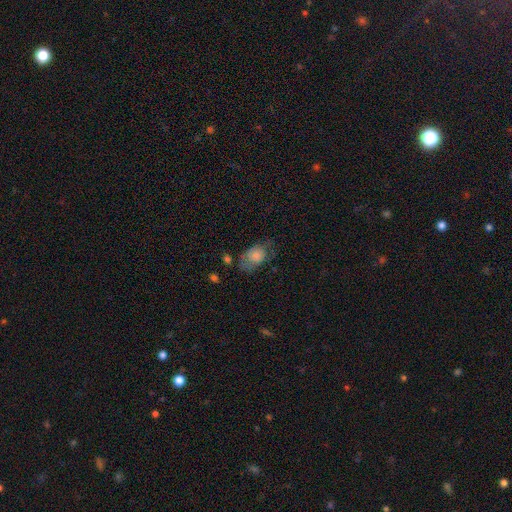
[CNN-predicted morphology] Smooth or featured? smooth (74%)
How rounded? in between (84%)
Merging? none (47%)